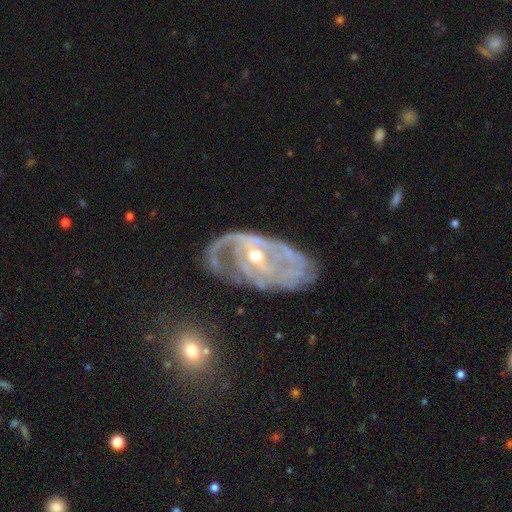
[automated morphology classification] A featured or disk galaxy (87%) with no bar (40%), tight (55%) spiral arms (90%) and a small central bulge (55%). Merging: none (53%).